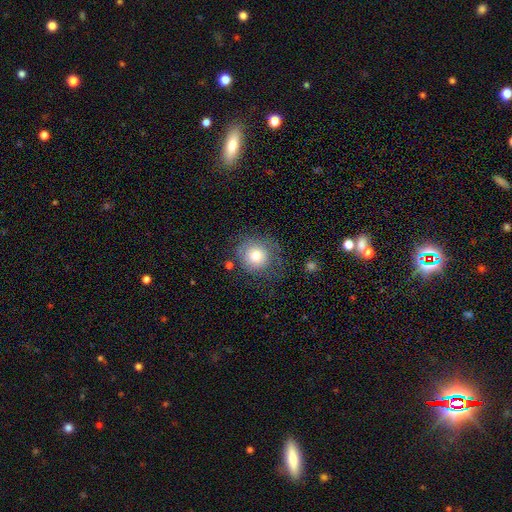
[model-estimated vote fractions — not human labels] Morphology: type=smooth (72%); roundness=round (87%); merging=none (62%).